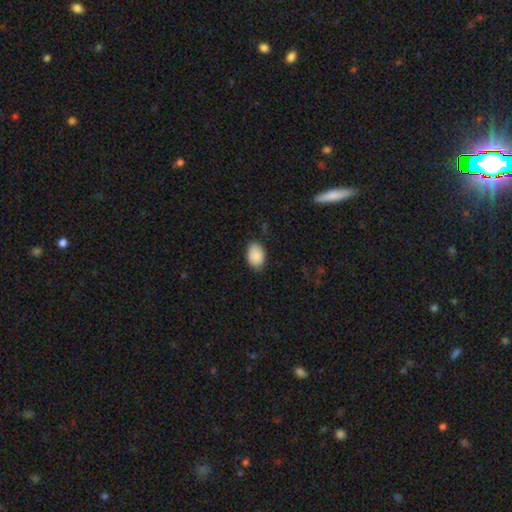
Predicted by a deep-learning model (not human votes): This appears to be a smooth galaxy with no disk features (89%) that is in between round and cigar-shaped (83%). Merging: none (75%).